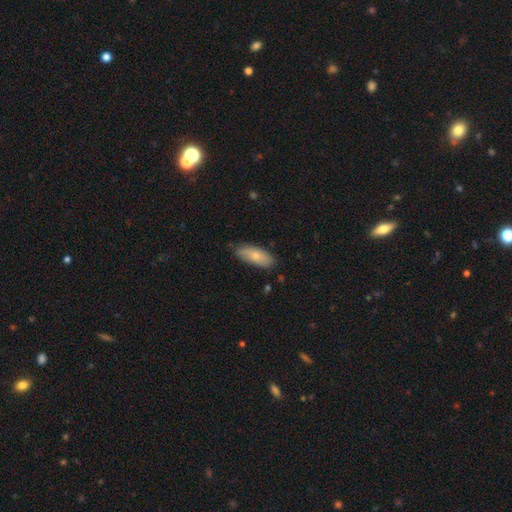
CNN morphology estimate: smooth_or_featured: smooth (p=0.77) [alt: featured or disk p=0.17]
how_rounded: in between (p=0.80) [alt: cigar-shaped p=0.18]
merging: none (p=0.78) [alt: minor disturbance p=0.18]